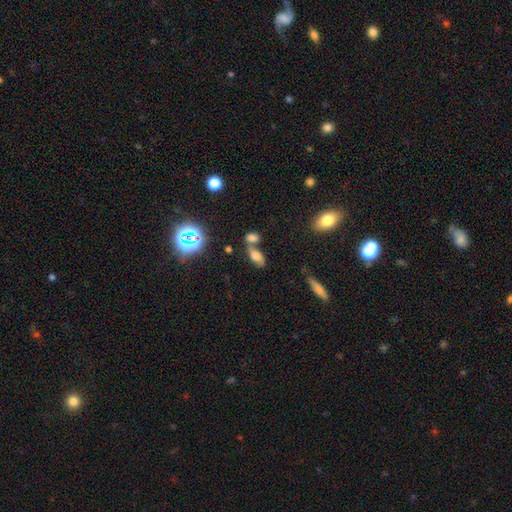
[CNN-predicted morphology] Smooth or featured? Predicted: smooth (p=0.61). How rounded? Predicted: in between (p=0.83). Merging? Predicted: merger (p=0.42).